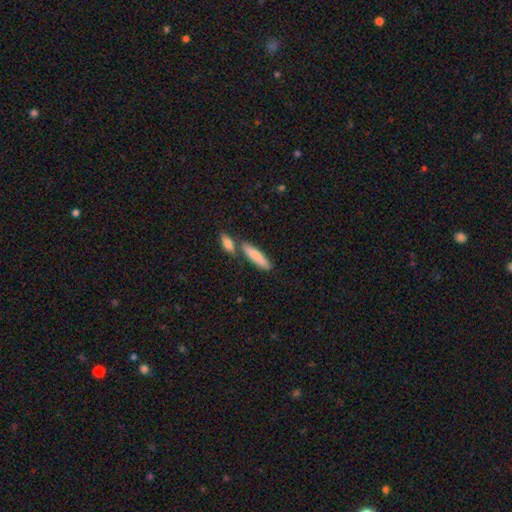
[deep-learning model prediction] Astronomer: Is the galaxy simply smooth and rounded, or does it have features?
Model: smooth — 80%.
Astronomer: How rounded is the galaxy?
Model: cigar-shaped — 71%.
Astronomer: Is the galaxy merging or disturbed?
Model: none — 65%.